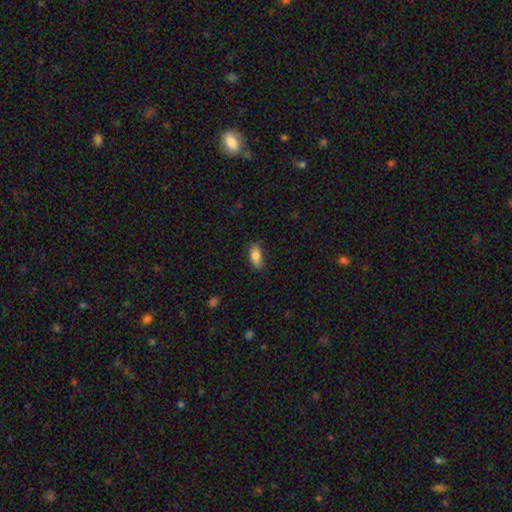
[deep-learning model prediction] This is clearly a smooth galaxy (83%). How rounded: clearly in between (83%). Merging: likely none (79%).